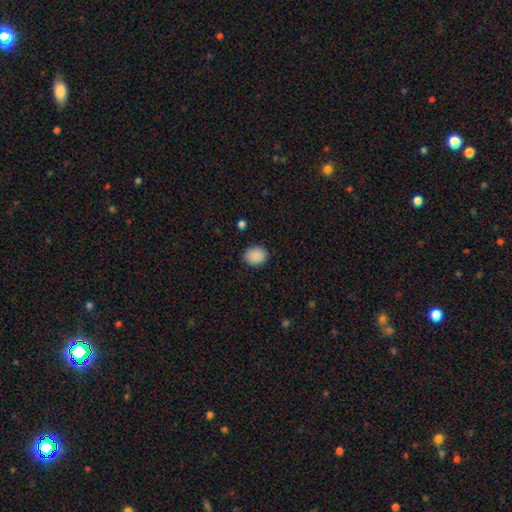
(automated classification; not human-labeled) Overall: smooth (89%). How rounded: round (64%; in between 35%). Merging: none (88%).